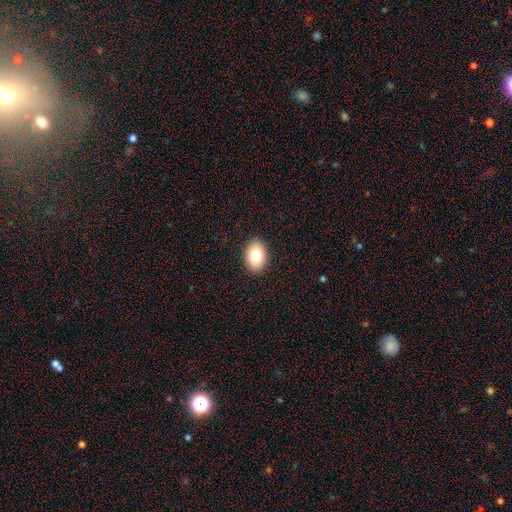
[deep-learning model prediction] Smooth or featured: smooth — 81% (featured or disk — 11%)
How rounded: in between — 82% (round — 17%)
Merging: none — 91% (minor disturbance — 7%)